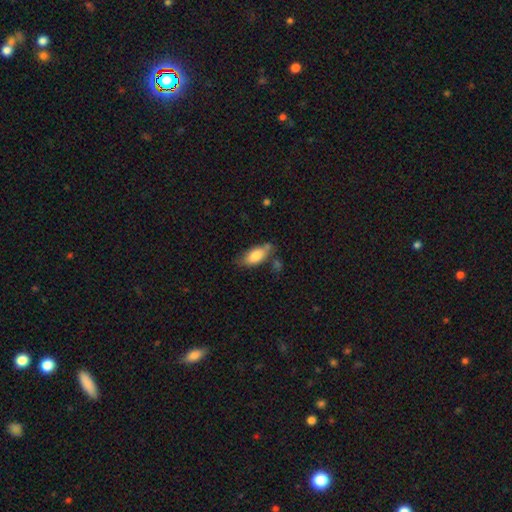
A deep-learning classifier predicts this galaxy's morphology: smooth-or-featured: smooth: 78% | featured or disk: 16% | star or artifact: 6%
  how-rounded: in between: 84% | cigar-shaped: 13% | round: 3%
  merging: none: 60% | minor disturbance: 25% | merger: 8% | major disturbance: 7%